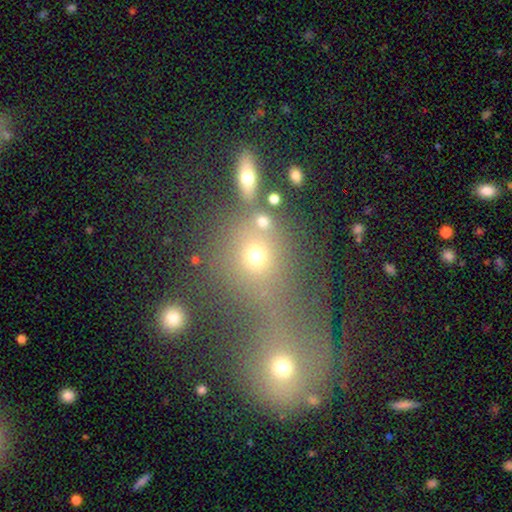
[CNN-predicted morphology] A smooth galaxy with no disk features (66%) that is round (73%).

Vote fractions:
- Smooth or featured? smooth: 66% / star or artifact: 20% / featured or disk: 14%
- How rounded? round: 73% / in between: 24% / cigar-shaped: 3%
- Merging? none: 53% / merger: 29% / minor disturbance: 10% / major disturbance: 7%